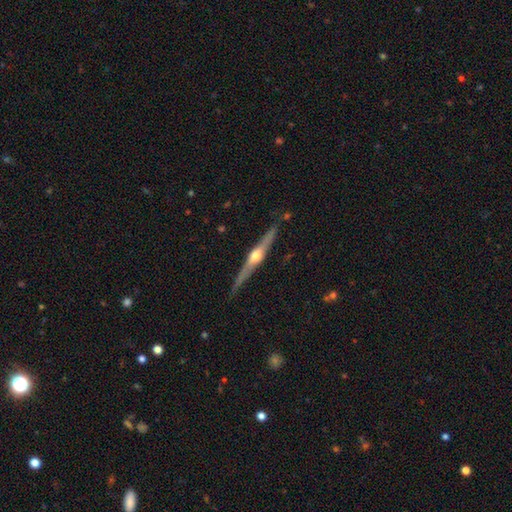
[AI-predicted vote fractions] A featured or disk galaxy (79%) viewed edge-on (98%) with a rounded central bulge (93%).

Vote fractions:
- Smooth or featured? featured or disk: 79% / smooth: 15% / star or artifact: 5%
- Edge-on disk? yes: 98% / no: 2%
- Edge-on bulge? rounded: 93% / boxy: 3% / none: 3%
- Merging? none: 86% / minor disturbance: 11% / major disturbance: 2% / merger: 1%